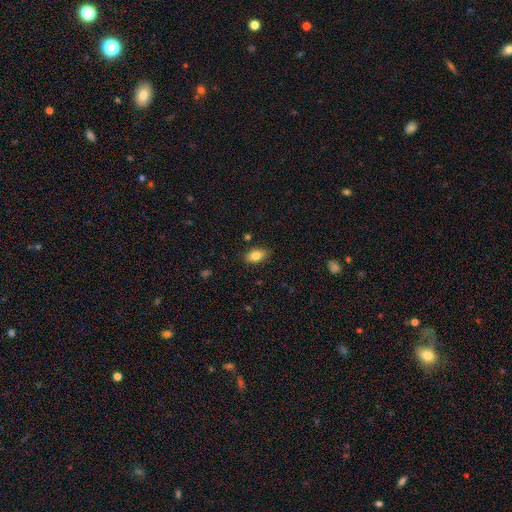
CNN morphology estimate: Smooth or featured?
  - smooth: 82% *
  - featured or disk: 10%
  - star or artifact: 8%
How rounded?
  - in between: 89% *
  - round: 7%
  - cigar-shaped: 4%
Merging?
  - none: 84% *
  - minor disturbance: 12%
  - major disturbance: 2%
  - merger: 2%